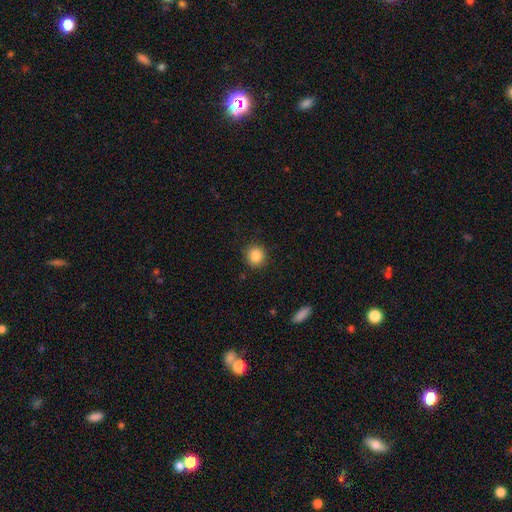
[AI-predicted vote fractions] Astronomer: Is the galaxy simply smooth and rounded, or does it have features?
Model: smooth — 86%.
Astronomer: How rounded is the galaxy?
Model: round — 91%.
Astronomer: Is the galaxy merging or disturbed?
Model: none — 90%.